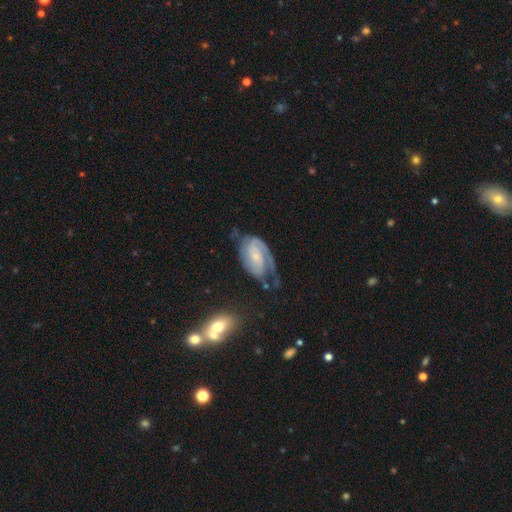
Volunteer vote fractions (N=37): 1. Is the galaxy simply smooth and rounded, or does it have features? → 84% featured or disk, 11% smooth, 5% star or artifact.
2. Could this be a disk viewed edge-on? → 97% no, 3% yes.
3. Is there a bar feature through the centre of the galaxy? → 57% no, 33% weak, 10% strong.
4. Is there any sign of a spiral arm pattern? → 93% yes, 7% no.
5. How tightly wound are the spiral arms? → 50% medium, 39% tight, 11% loose.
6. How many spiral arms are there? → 46% 2, 36% 1, 18% can't tell, 0% 3, 0% 4, 0% more than 4.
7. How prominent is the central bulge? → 77% small, 17% moderate, 3% large, 3% none, 0% dominant.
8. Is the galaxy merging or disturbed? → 57% none, 29% minor disturbance, 11% major disturbance, 3% merger.